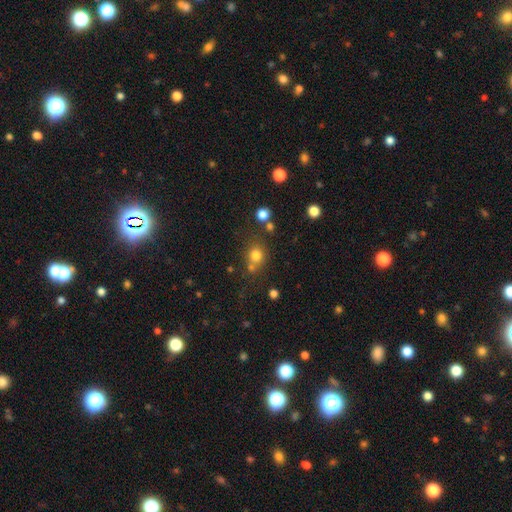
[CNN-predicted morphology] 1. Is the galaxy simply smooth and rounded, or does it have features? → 76% smooth, 15% star or artifact, 8% featured or disk.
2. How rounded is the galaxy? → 80% round, 19% in between, 1% cigar-shaped.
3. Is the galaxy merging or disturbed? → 61% none, 22% merger, 12% minor disturbance, 5% major disturbance.